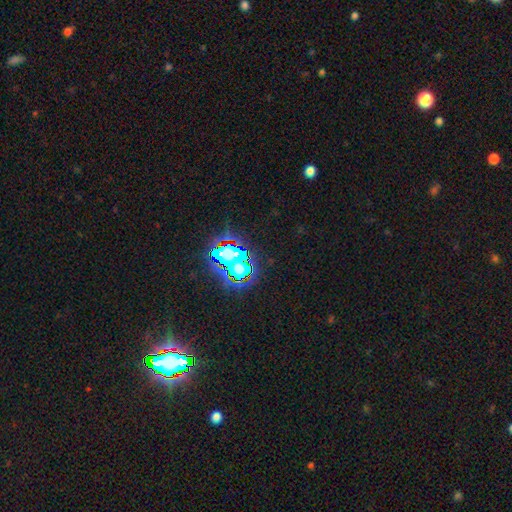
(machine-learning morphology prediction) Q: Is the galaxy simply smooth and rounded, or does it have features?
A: star or artifact — 81%.